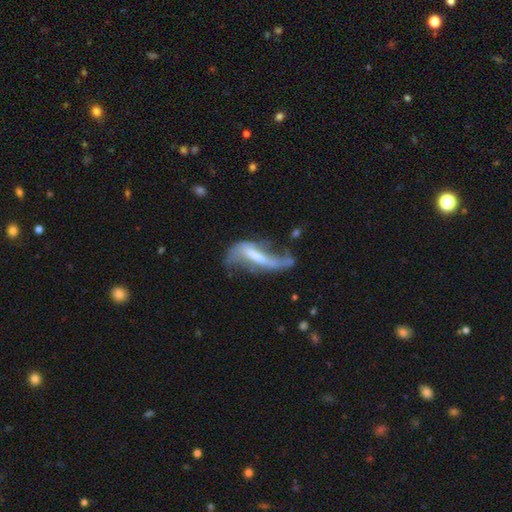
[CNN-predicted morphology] type=featured or disk (70%); edge-on=no (79%); bar=strong (54%); spiral arms=yes (74%); bulge=none (35%); merging=major disturbance (34%).